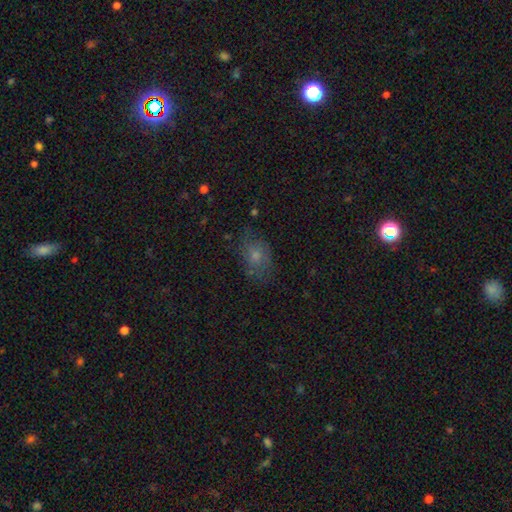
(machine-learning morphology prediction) smooth-or-featured: smooth: 57% | featured or disk: 29% | star or artifact: 14%
  how-rounded: in between: 73% | round: 25% | cigar-shaped: 2%
  merging: none: 63% | minor disturbance: 24% | major disturbance: 11% | merger: 2%